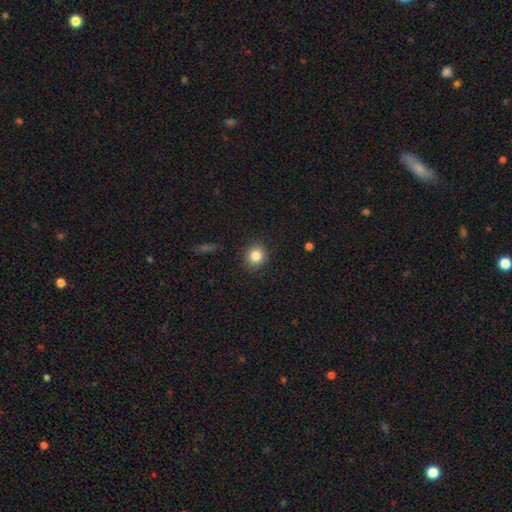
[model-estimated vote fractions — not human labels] Smooth or featured? Predicted: smooth (p=0.84). How rounded? Predicted: round (p=0.84). Merging? Predicted: none (p=0.89).